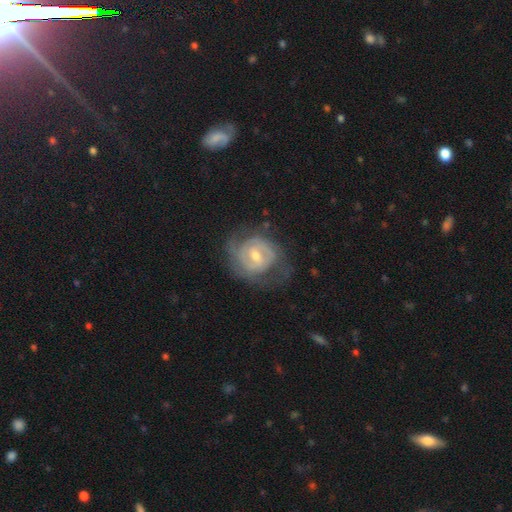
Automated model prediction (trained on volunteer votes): This appears to be a featured or disk galaxy (82%) with a weak bar (52%), 2 (48%) tight (62%) spiral arms (90%) and a moderate central bulge (56%). Merging: none (65%).